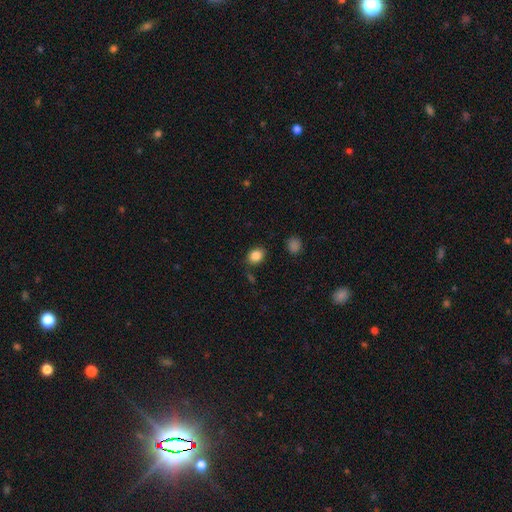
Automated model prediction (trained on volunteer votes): smooth_or_featured: smooth (p=0.85) [alt: star or artifact p=0.09]
how_rounded: in between (p=0.59) [alt: round p=0.40]
merging: none (p=0.81) [alt: minor disturbance p=0.12]